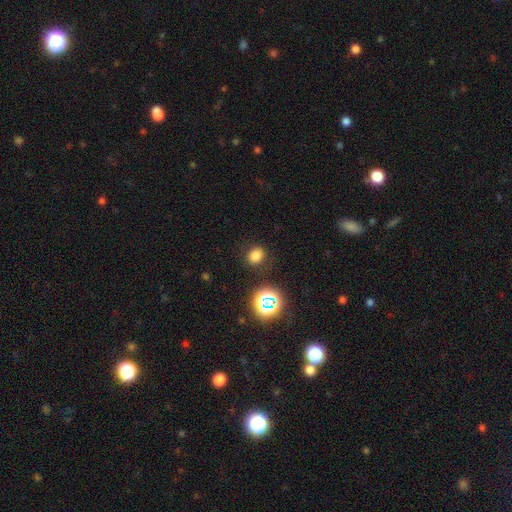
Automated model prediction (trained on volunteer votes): Smooth or featured?
  - smooth: 75% *
  - star or artifact: 19%
  - featured or disk: 6%
How rounded?
  - round: 63% *
  - in between: 36%
  - cigar-shaped: 1%
Merging?
  - none: 85% *
  - minor disturbance: 10%
  - major disturbance: 4%
  - merger: 2%